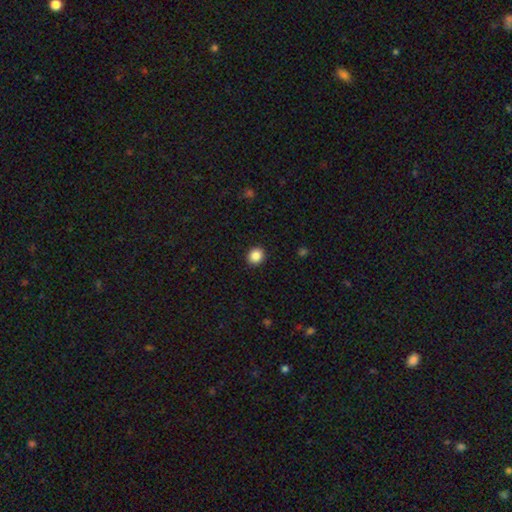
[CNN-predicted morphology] type=smooth (87%); roundness=round (79%); merging=none (92%).